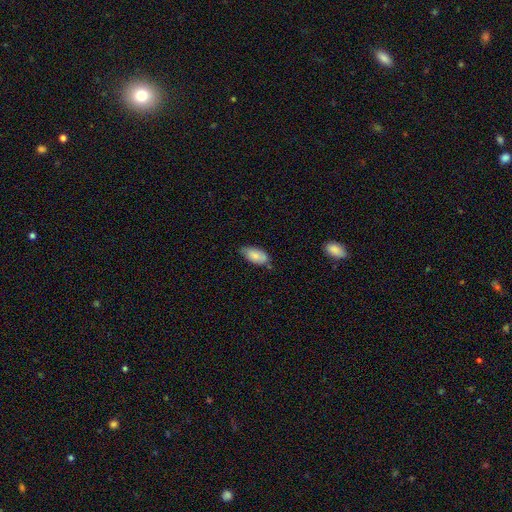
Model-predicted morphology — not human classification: smooth-or-featured: smooth: 81% | featured or disk: 13% | star or artifact: 7%
  how-rounded: in between: 92% | cigar-shaped: 5% | round: 2%
  merging: none: 62% | minor disturbance: 30% | major disturbance: 4% | merger: 3%